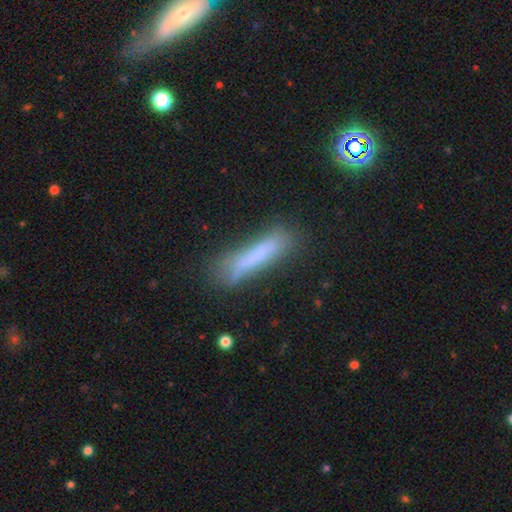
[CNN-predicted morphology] Overall: smooth (65%). How rounded: cigar-shaped (88%). Merging: none (66%).